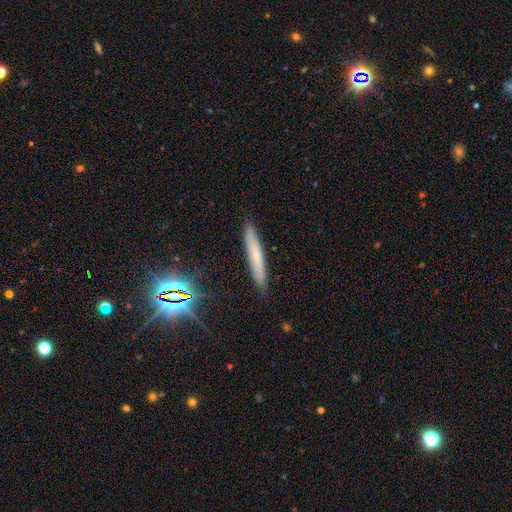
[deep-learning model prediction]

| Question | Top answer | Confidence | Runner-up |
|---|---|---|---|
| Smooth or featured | smooth | 56% | featured or disk (30%) |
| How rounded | cigar-shaped | 94% | in between (4%) |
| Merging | none | 88% | minor disturbance (8%) |